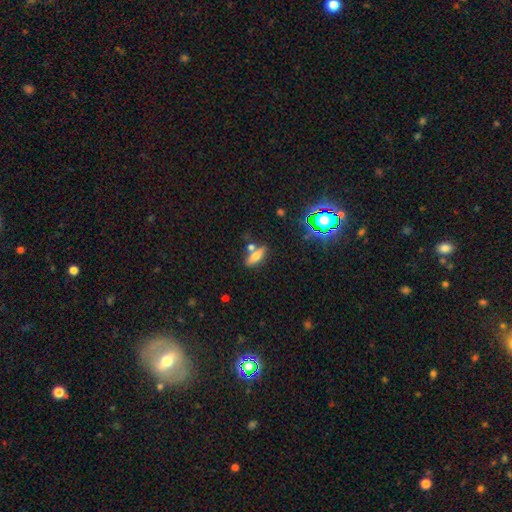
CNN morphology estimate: smooth_or_featured: smooth (p=0.54) [alt: featured or disk p=0.33]
how_rounded: in between (p=0.49) [alt: cigar-shaped p=0.46]
merging: none (p=0.65) [alt: merger p=0.19]